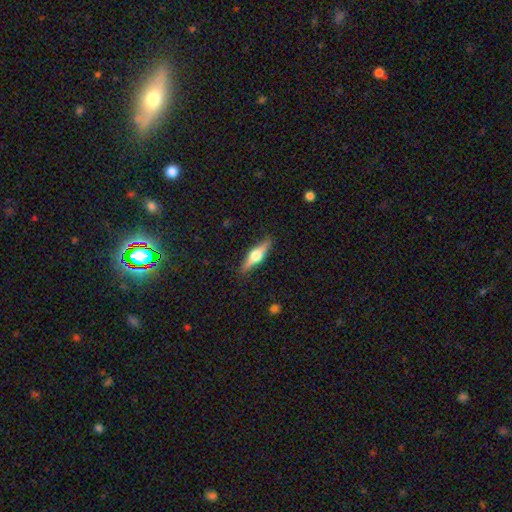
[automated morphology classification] A featured or disk galaxy (62%) viewed edge-on (96%) with a rounded central bulge (94%).

Vote fractions:
- Smooth or featured? featured or disk: 62% / smooth: 32% / star or artifact: 6%
- Edge-on disk? yes: 96% / no: 4%
- Edge-on bulge? rounded: 94% / boxy: 4% / none: 2%
- Merging? none: 88% / minor disturbance: 9% / major disturbance: 2% / merger: 1%